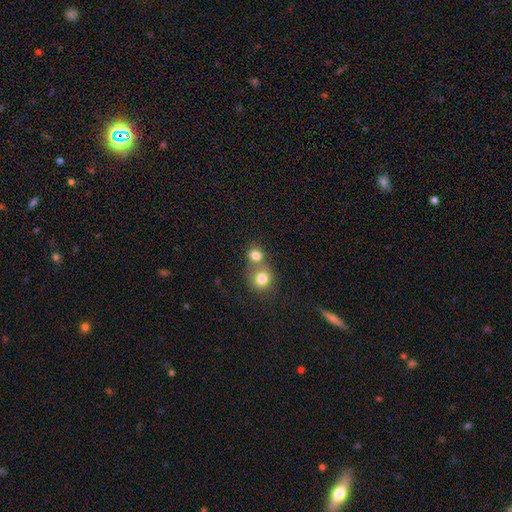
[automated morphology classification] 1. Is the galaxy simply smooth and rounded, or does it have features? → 80% smooth, 12% star or artifact, 8% featured or disk.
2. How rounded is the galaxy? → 82% round, 17% in between, 1% cigar-shaped.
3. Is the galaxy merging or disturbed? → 48% merger, 43% none, 6% minor disturbance, 3% major disturbance.